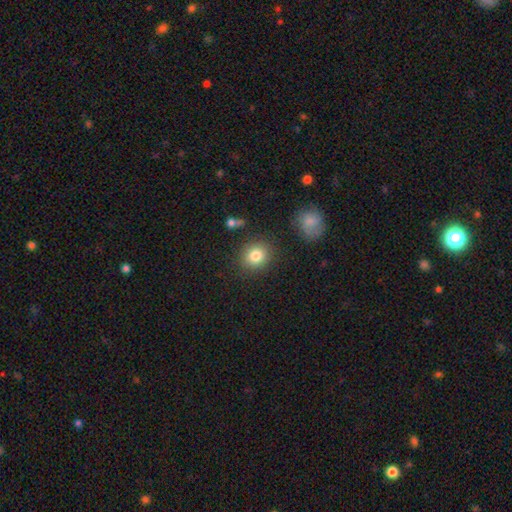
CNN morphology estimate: A smooth galaxy with no disk features (83%) that is round (76%).

Vote fractions:
- Smooth or featured? smooth: 83% / star or artifact: 10% / featured or disk: 8%
- How rounded? round: 76% / in between: 23% / cigar-shaped: 1%
- Merging? none: 85% / minor disturbance: 9% / major disturbance: 3% / merger: 3%